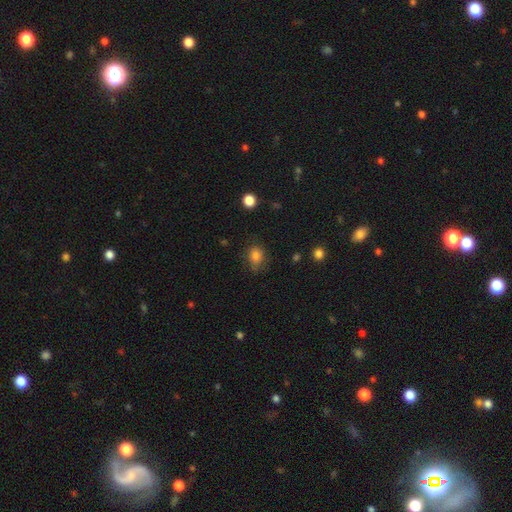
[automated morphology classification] This appears to be a smooth galaxy with no disk features (81%) that is round (51%). Merging: none (68%).